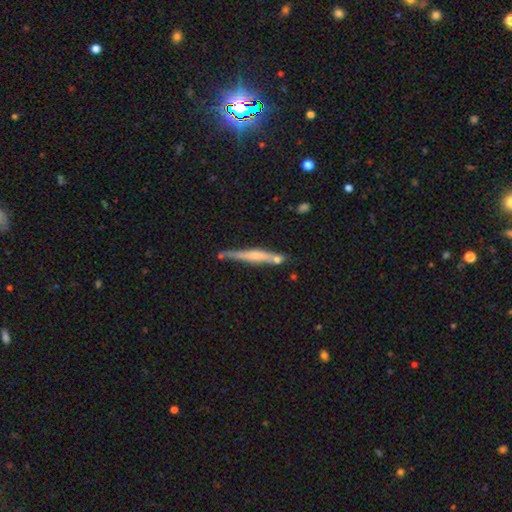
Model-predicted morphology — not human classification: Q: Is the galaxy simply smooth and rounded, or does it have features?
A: featured or disk — 53%.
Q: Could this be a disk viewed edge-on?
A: yes — 94%.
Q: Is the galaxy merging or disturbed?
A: none — 70%.